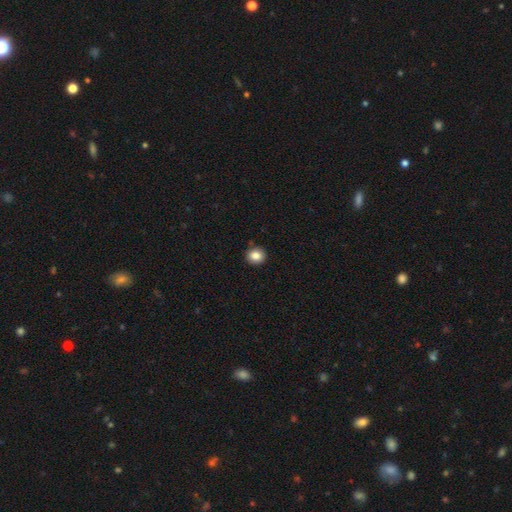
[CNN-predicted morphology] This appears to be a smooth galaxy with no disk features (85%) that is round (84%). Merging: none (90%).